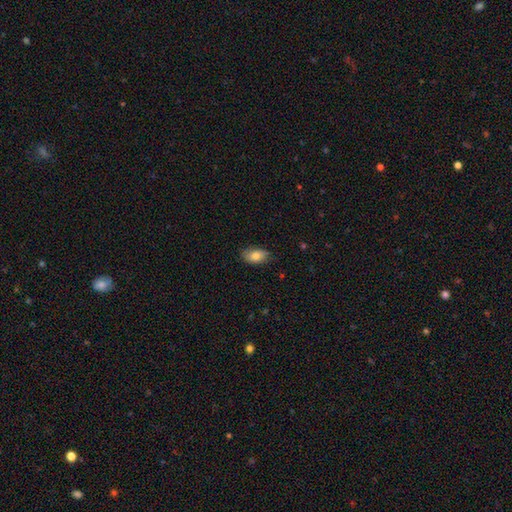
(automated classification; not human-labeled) Overall: smooth (80%). How rounded: in between (91%). Merging: none (74%).